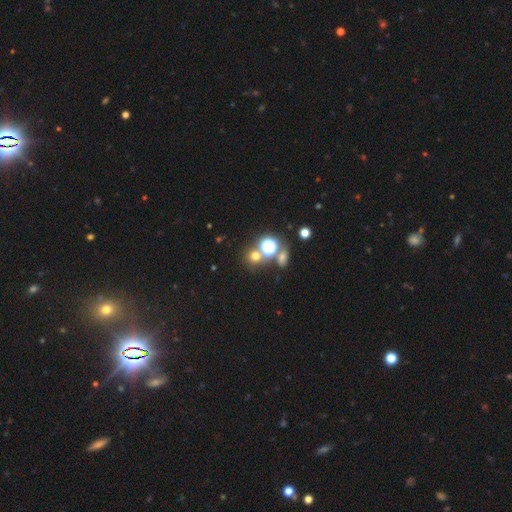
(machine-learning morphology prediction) Smooth or featured? smooth (57%)
How rounded? round (87%)
Merging? none (68%)